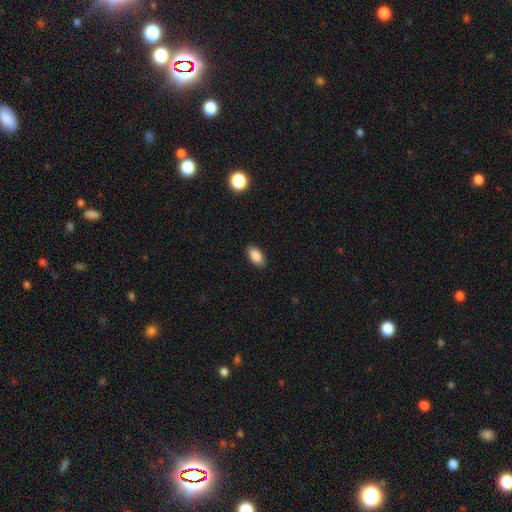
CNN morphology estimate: smooth-or-featured: smooth: 87% | star or artifact: 8% | featured or disk: 5%
  how-rounded: in between: 92% | round: 5% | cigar-shaped: 3%
  merging: none: 88% | minor disturbance: 9% | major disturbance: 2% | merger: 1%